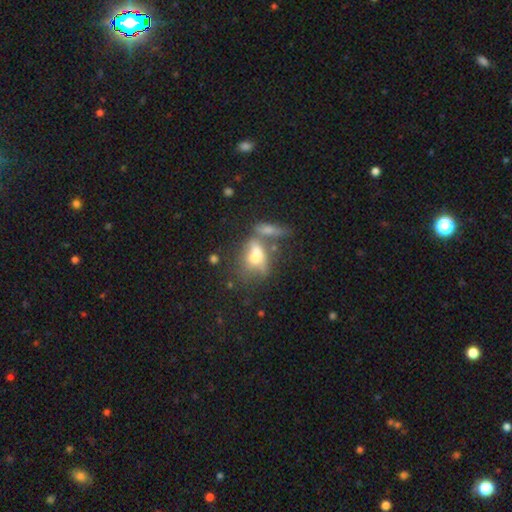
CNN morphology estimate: Overall: smooth (53%; featured or disk 33%). How rounded: in between (70%). Merging: merger (38%; none 31%).